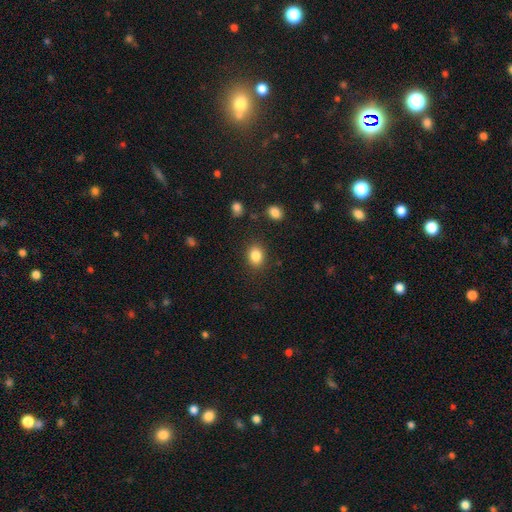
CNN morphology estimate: smooth_or_featured: smooth (p=0.84) [alt: star or artifact p=0.10]
how_rounded: in between (p=0.52) [alt: round p=0.47]
merging: none (p=0.86) [alt: minor disturbance p=0.09]